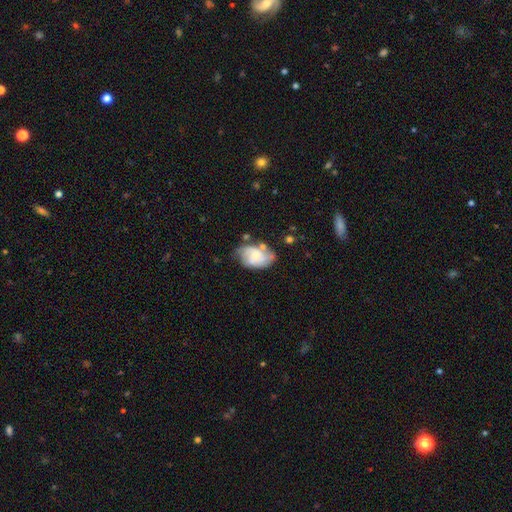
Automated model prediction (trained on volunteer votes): Smooth or featured? featured or disk (64%)
Edge-on disk? no (97%)
Bar? no (64%)
Spiral arms? yes (87%)
Spiral winding? medium (43%)
Spiral arm count? 2 (42%)
Bulge size? small (56%)
Merging? none (54%)